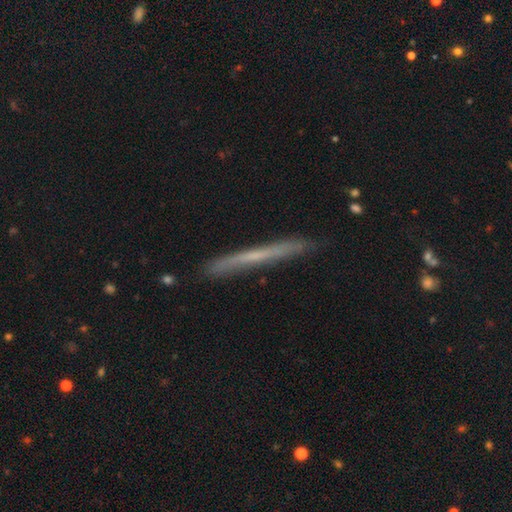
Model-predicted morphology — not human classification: The model was most divided on "smooth or featured": featured or disk: 51%, smooth: 42%, star or artifact: 7%. More confident: edge-on disk — yes (95%); merging — none (86%).